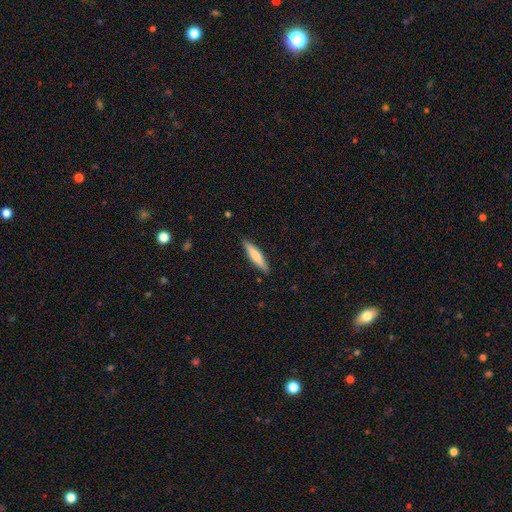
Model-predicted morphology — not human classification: Smooth or featured? Predicted: smooth (p=0.69). How rounded? Predicted: cigar-shaped (p=0.84). Merging? Predicted: none (p=0.89).